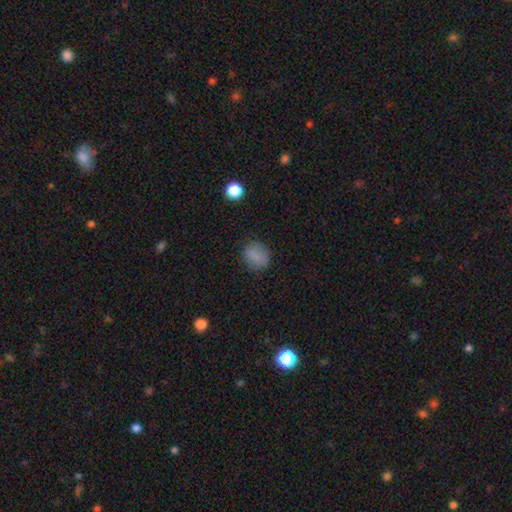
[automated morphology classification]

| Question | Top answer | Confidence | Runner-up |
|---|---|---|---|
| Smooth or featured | smooth | 83% | star or artifact (12%) |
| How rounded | round | 59% | in between (40%) |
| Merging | none | 80% | minor disturbance (14%) |